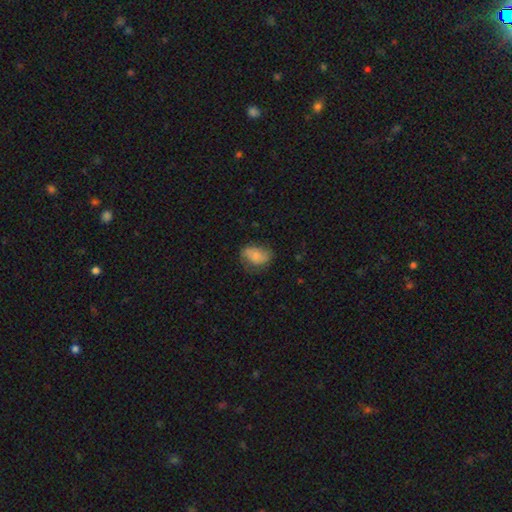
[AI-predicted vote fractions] A smooth galaxy with no disk features (73%) that is in between round and cigar-shaped (84%).

Vote fractions:
- Smooth or featured? smooth: 73% / featured or disk: 19% / star or artifact: 8%
- How rounded? in between: 84% / round: 14% / cigar-shaped: 2%
- Merging? none: 59% / minor disturbance: 28% / major disturbance: 11% / merger: 2%